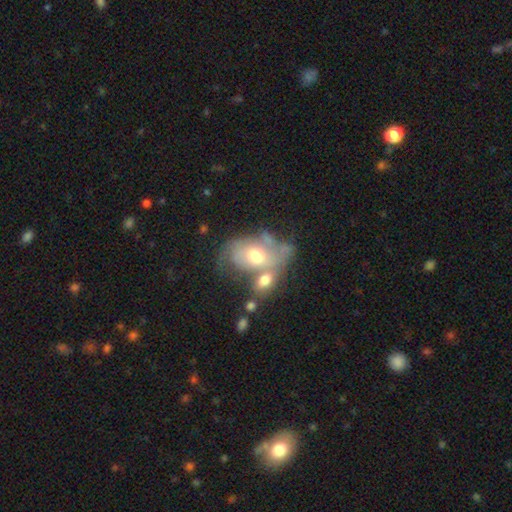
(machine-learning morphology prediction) The model was most divided on "merging": none: 40%, merger: 34%, minor disturbance: 16%, major disturbance: 11%. More confident: edge-on disk — no (91%); smooth or featured — featured or disk (52%).